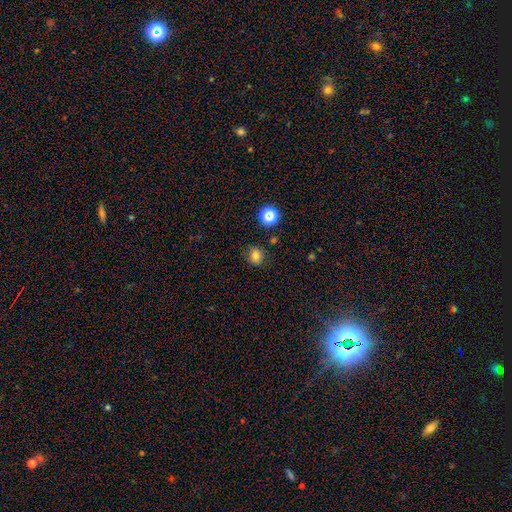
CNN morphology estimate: This appears to be a smooth galaxy with no disk features (79%) that is round (80%). Merging: none (85%).